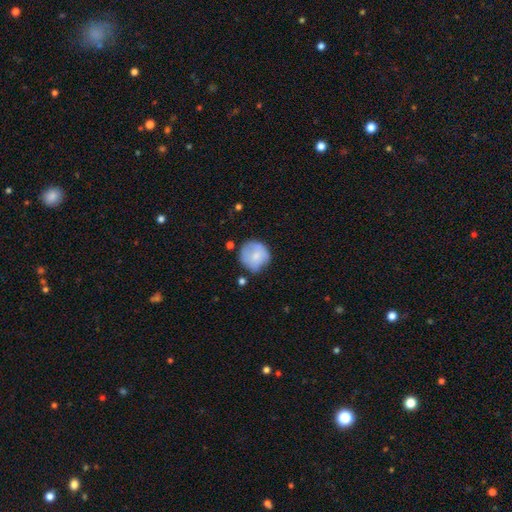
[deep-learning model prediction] A smooth galaxy with no disk features (70%) that is round (88%).

Vote fractions:
- Smooth or featured? smooth: 70% / featured or disk: 23% / star or artifact: 8%
- How rounded? round: 88% / in between: 11% / cigar-shaped: 1%
- Merging? none: 63% / minor disturbance: 25% / major disturbance: 8% / merger: 5%